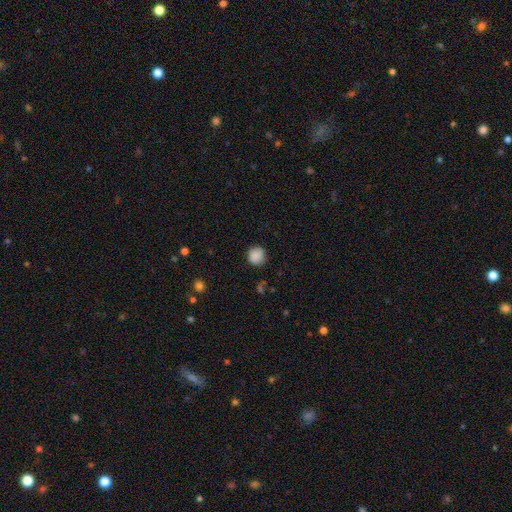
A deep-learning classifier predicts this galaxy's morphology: smooth 88%, star or artifact 9%, featured or disk 3%. Down the decision tree: how rounded — round (90%); merging — none (86%).